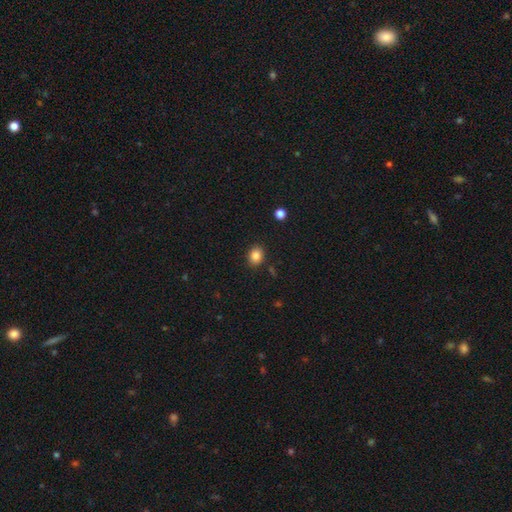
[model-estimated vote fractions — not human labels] This is clearly a smooth galaxy (85%). How rounded: possibly round (50%). Merging: clearly none (87%).